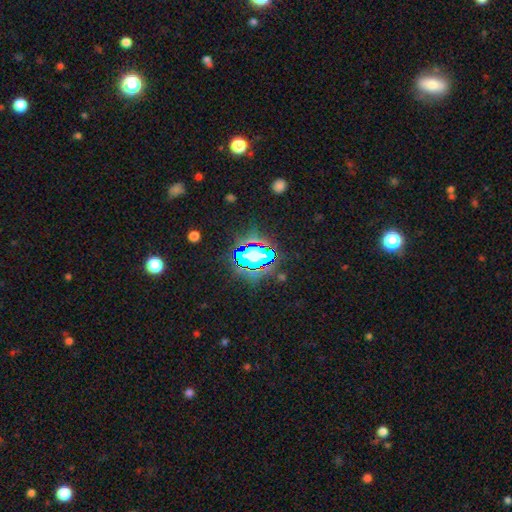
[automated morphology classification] This is likely a star or artifact rather than a galaxy (63%).